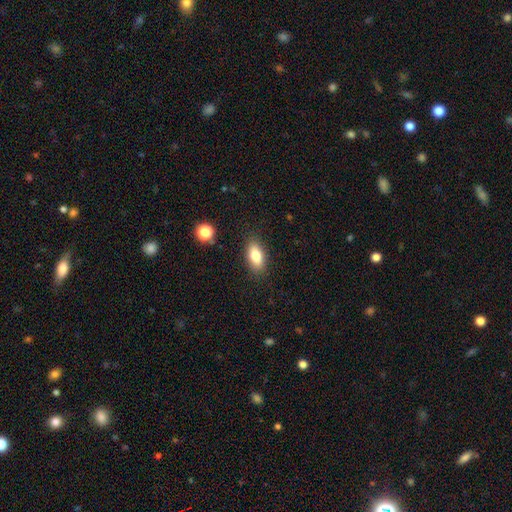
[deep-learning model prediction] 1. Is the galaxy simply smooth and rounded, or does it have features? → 80% smooth, 12% featured or disk, 8% star or artifact.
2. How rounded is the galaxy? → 86% in between, 9% cigar-shaped, 5% round.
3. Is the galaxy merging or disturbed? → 86% none, 10% minor disturbance, 3% major disturbance, 2% merger.